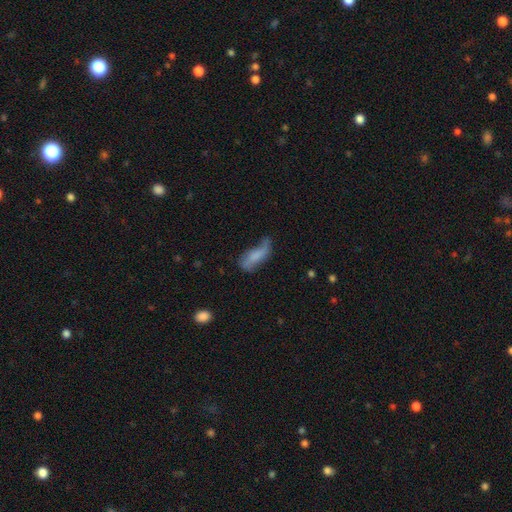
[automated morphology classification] smooth_or_featured: smooth (p=0.62) [alt: featured or disk p=0.30]
how_rounded: in between (p=0.62) [alt: cigar-shaped p=0.35]
merging: none (p=0.38) [alt: minor disturbance p=0.35]